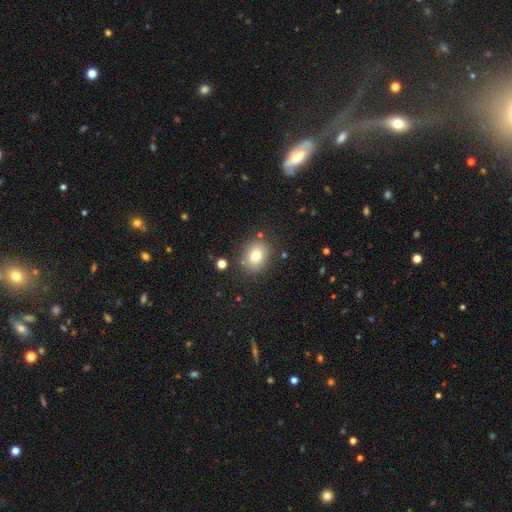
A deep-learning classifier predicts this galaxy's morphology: Q: Smooth or featured?
A: smooth (77%); runner-up: star or artifact (12%)
Q: How rounded?
A: round (57%); runner-up: in between (42%)
Q: Merging?
A: none (83%); runner-up: minor disturbance (10%)